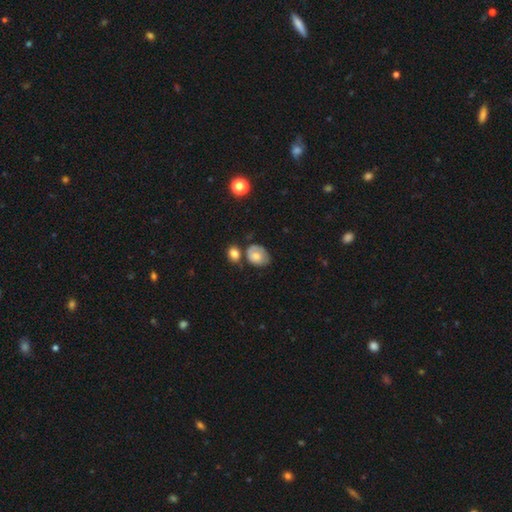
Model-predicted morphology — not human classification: Q: Smooth or featured?
A: smooth (69%); runner-up: featured or disk (23%)
Q: How rounded?
A: in between (57%); runner-up: round (42%)
Q: Merging?
A: none (46%); runner-up: minor disturbance (27%)